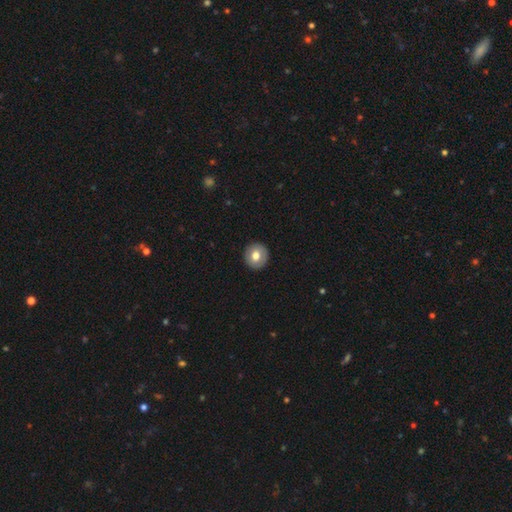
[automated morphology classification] Smooth or featured? smooth (70%)
How rounded? round (92%)
Merging? none (92%)